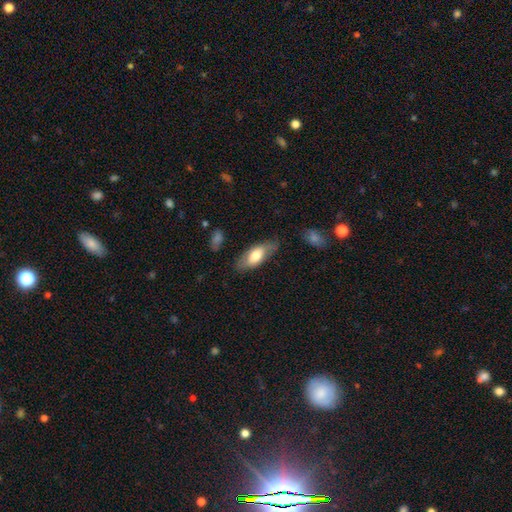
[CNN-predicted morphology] A smooth galaxy with no disk features (65%) that is in between round and cigar-shaped (80%).

Vote fractions:
- Smooth or featured? smooth: 65% / featured or disk: 29% / star or artifact: 6%
- How rounded? in between: 80% / cigar-shaped: 18% / round: 2%
- Merging? none: 74% / minor disturbance: 19% / major disturbance: 5% / merger: 2%